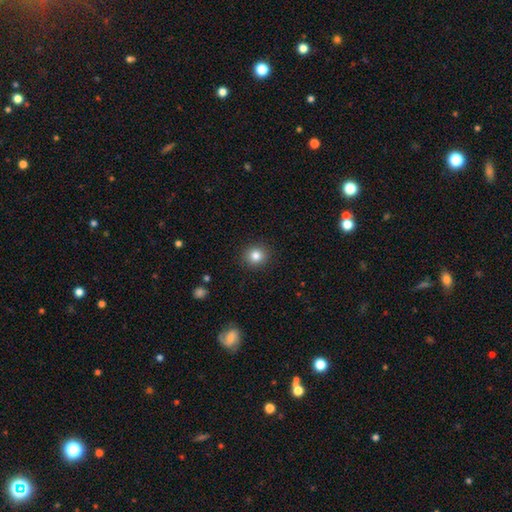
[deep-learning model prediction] Smooth or featured: smooth — 83% (star or artifact — 11%)
How rounded: round — 90% (in between — 9%)
Merging: none — 91% (minor disturbance — 6%)